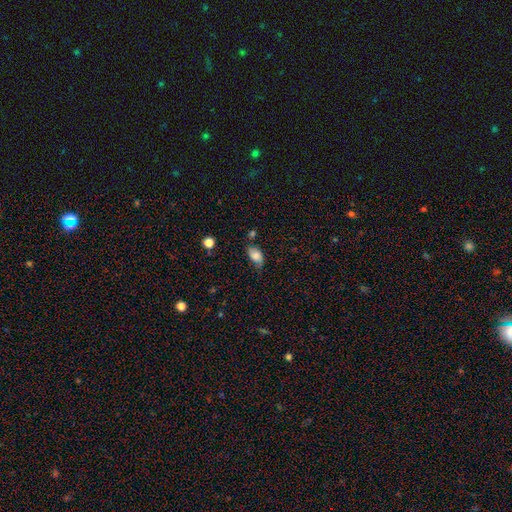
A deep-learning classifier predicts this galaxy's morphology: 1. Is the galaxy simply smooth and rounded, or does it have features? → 71% smooth, 19% featured or disk, 9% star or artifact.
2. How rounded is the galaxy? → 90% in between, 7% round, 2% cigar-shaped.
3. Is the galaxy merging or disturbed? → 56% none, 32% minor disturbance, 8% major disturbance, 4% merger.